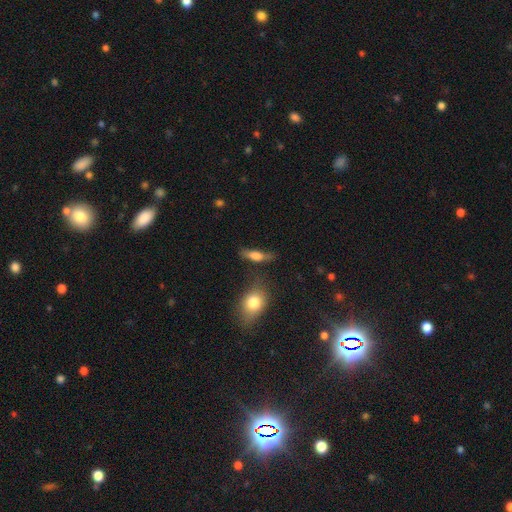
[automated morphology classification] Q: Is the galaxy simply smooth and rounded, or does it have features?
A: smooth — 68%.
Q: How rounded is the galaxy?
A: in between — 50%.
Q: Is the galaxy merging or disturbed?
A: none — 58%.